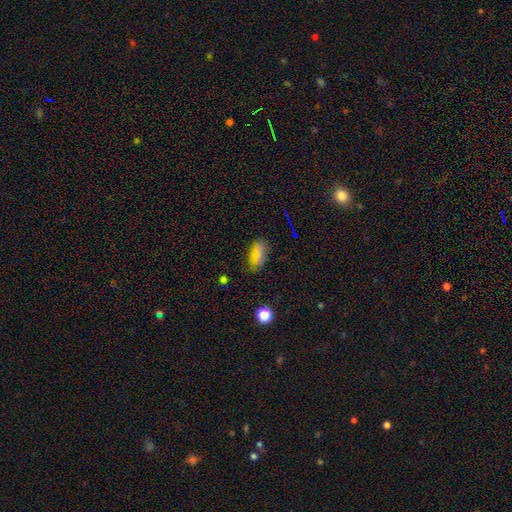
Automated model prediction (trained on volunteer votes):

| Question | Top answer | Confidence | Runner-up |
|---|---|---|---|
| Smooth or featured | smooth | 63% | star or artifact (24%) |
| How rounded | in between | 87% | cigar-shaped (7%) |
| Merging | none | 82% | minor disturbance (13%) |